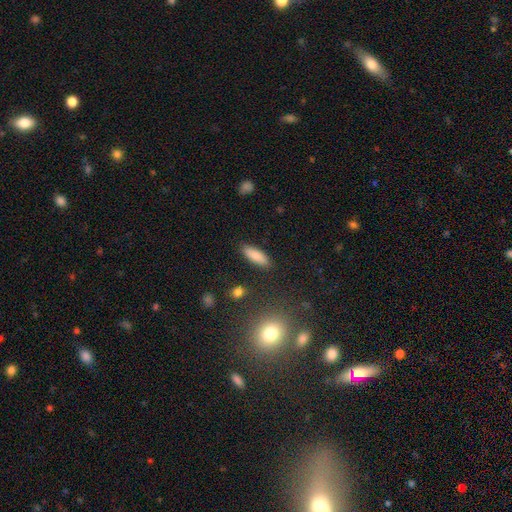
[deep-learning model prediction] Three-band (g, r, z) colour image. It shows a smooth galaxy with no disk features (83%) that is in between round and cigar-shaped (61%). Merging: none (88%).